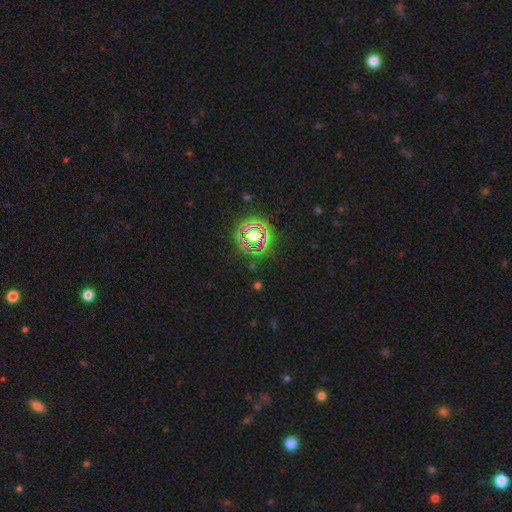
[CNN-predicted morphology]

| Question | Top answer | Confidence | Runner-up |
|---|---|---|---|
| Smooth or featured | star or artifact | 78% | smooth (15%) |